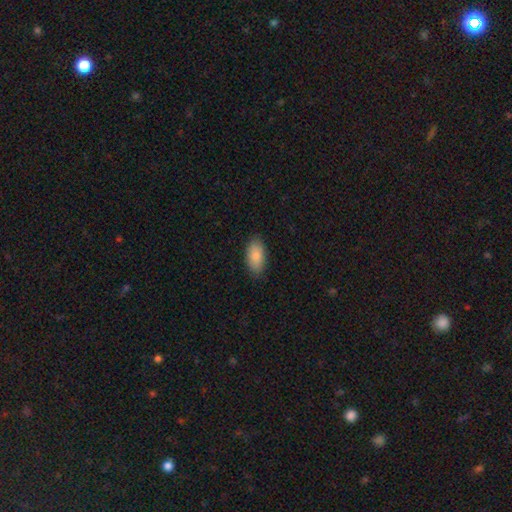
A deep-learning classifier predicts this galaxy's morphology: This is clearly a smooth galaxy (87%). How rounded: clearly in between (93%). Merging: clearly none (86%).